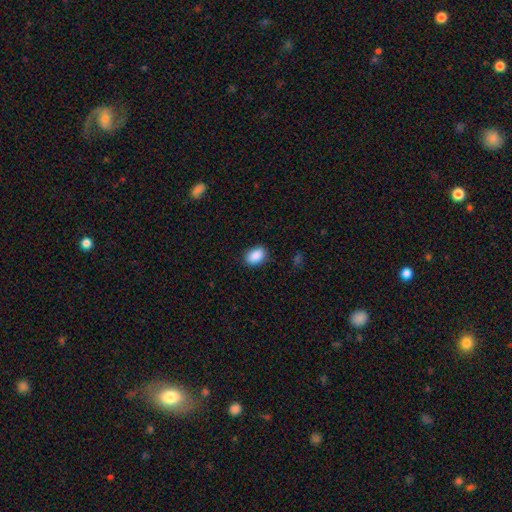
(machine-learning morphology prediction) Overall: smooth (90%). How rounded: in between (86%). Merging: none (87%).